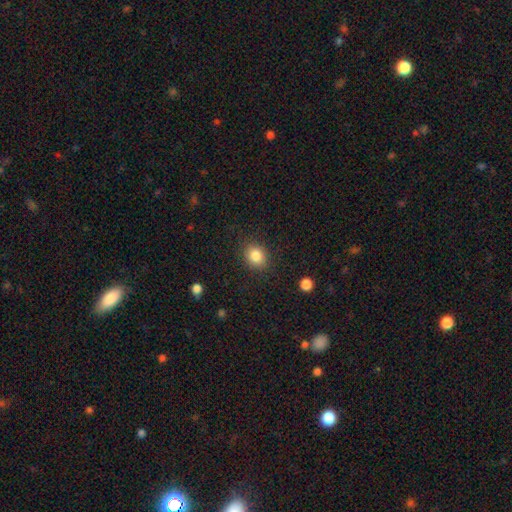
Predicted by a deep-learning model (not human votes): smooth-or-featured: smooth: 85% | star or artifact: 10% | featured or disk: 6%
  how-rounded: round: 64% | in between: 35% | cigar-shaped: 1%
  merging: none: 87% | minor disturbance: 9% | major disturbance: 3% | merger: 1%